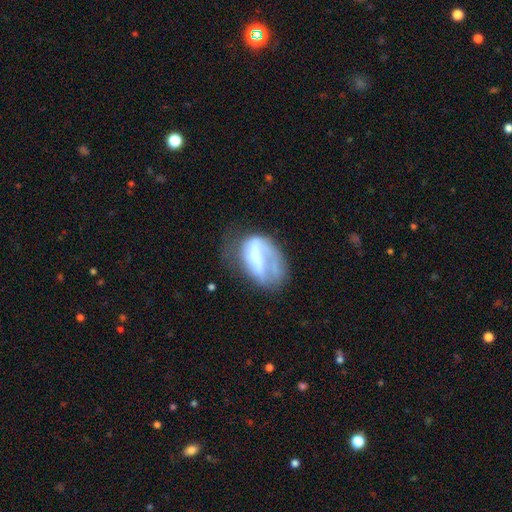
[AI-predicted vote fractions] This appears to be a featured or disk galaxy (58%) with no bar (35%), spiral arms (52%) and a small central bulge (33%). Merging: major disturbance (35%).